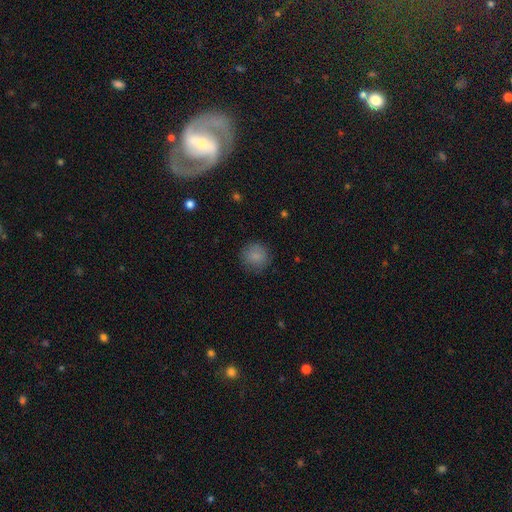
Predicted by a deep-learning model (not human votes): Morphology: type=smooth (85%); roundness=round (91%); merging=none (83%).